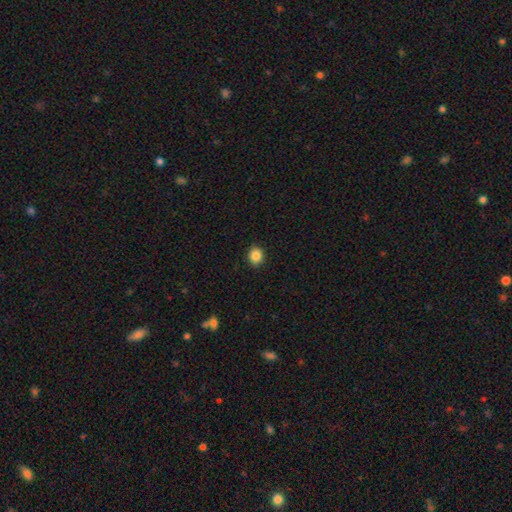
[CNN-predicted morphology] This is clearly a smooth galaxy (87%). How rounded: likely round (68%). Merging: clearly none (91%).